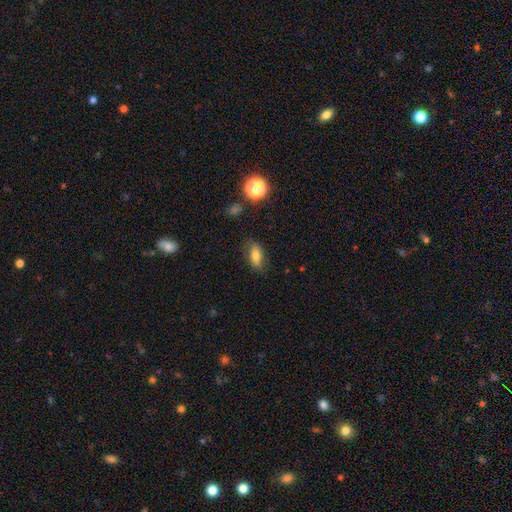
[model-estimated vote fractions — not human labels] Smooth or featured? smooth (71%)
How rounded? in between (80%)
Merging? none (77%)